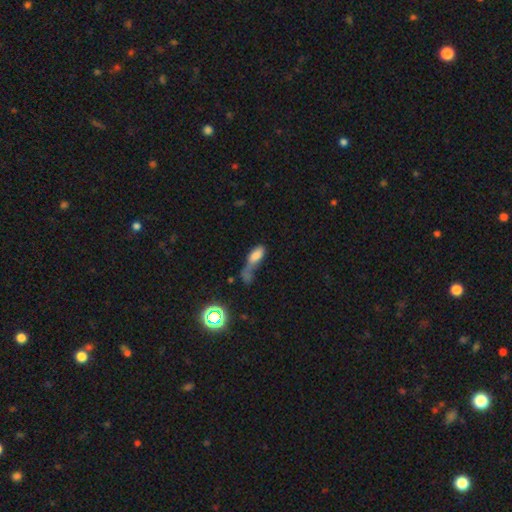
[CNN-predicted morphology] smooth 68%, featured or disk 18%, star or artifact 13%. Down the decision tree: how rounded — in between (78%); merging — merger (42%).